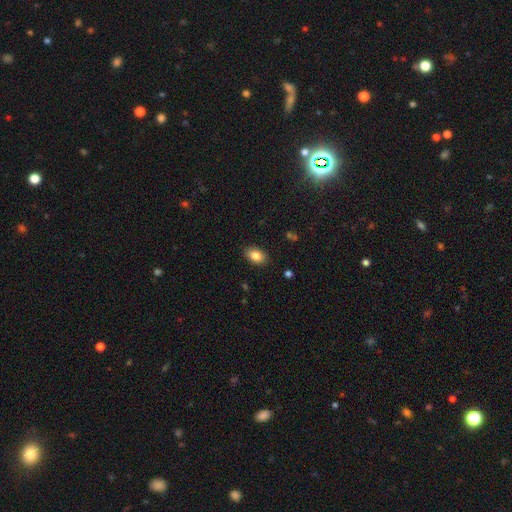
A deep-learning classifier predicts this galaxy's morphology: This appears to be a smooth galaxy with no disk features (85%) that is in between round and cigar-shaped (85%). Merging: none (88%).